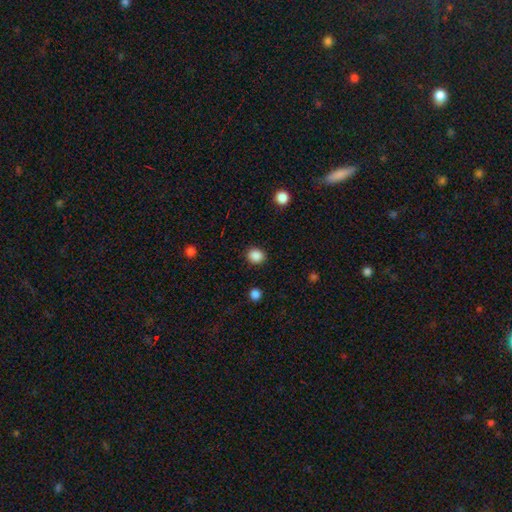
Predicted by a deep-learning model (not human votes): Smooth or featured: smooth — 87% (star or artifact — 10%)
How rounded: round — 77% (in between — 22%)
Merging: none — 89% (minor disturbance — 7%)